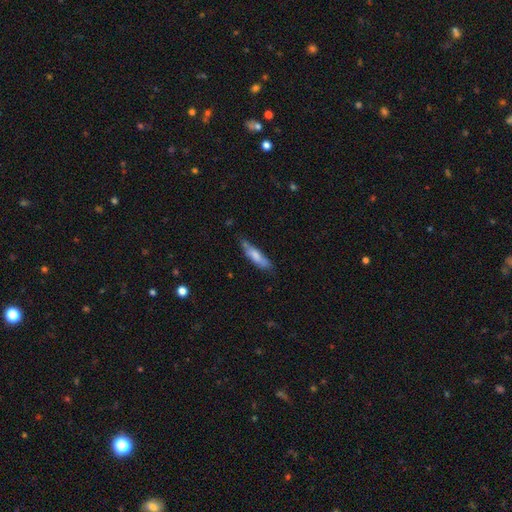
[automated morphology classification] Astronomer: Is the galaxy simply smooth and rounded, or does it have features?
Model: smooth — 70%.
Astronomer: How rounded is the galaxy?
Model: cigar-shaped — 67%.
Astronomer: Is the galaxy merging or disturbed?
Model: none — 61%.